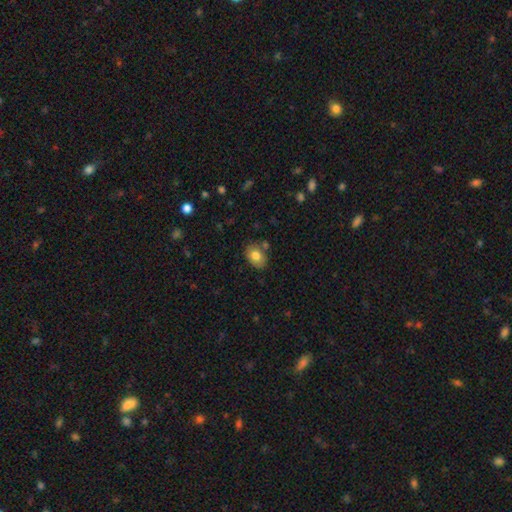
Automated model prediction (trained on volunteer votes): smooth-or-featured: smooth: 79% | featured or disk: 13% | star or artifact: 8%
  how-rounded: in between: 73% | round: 26% | cigar-shaped: 1%
  merging: none: 75% | minor disturbance: 15% | merger: 7% | major disturbance: 3%